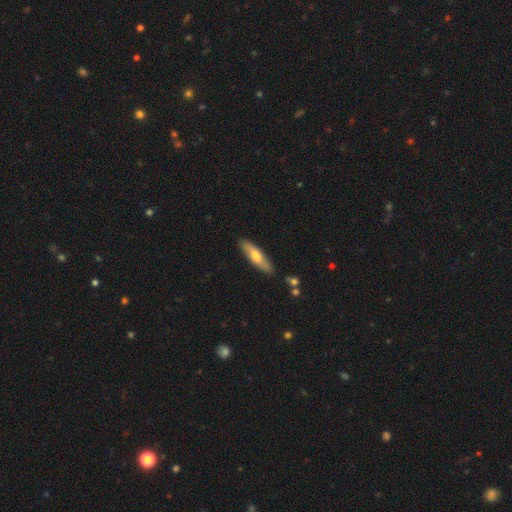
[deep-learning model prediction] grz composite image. It shows a smooth galaxy with no disk features (55%) that is cigar-shaped (70%). Merging: none (86%).